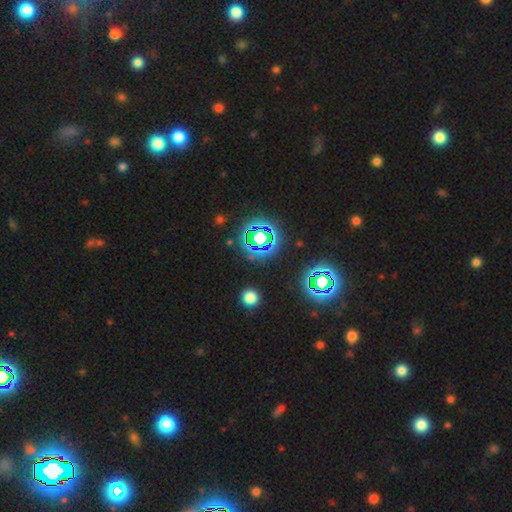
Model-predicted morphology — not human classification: smooth-or-featured: star or artifact: 76% | smooth: 17% | featured or disk: 7%